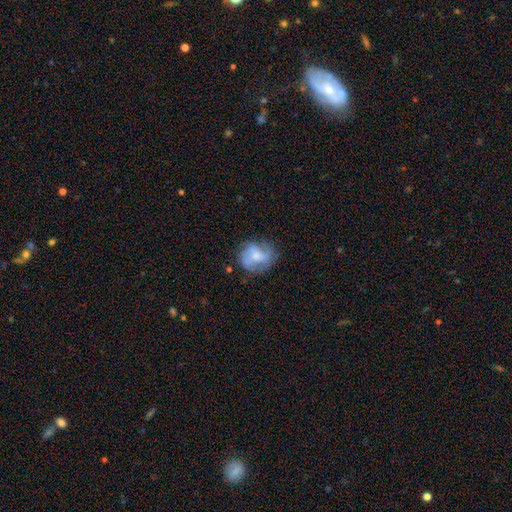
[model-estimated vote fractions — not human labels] The model was most divided on "smooth or featured": featured or disk: 47%, smooth: 45%, star or artifact: 8%. More confident: merging — none (60%).